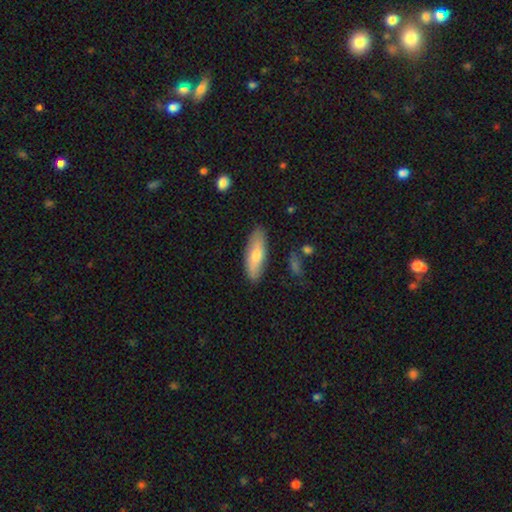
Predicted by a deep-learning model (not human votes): This appears to be a smooth galaxy with no disk features (73%) that is in between round and cigar-shaped (58%). Merging: none (84%).